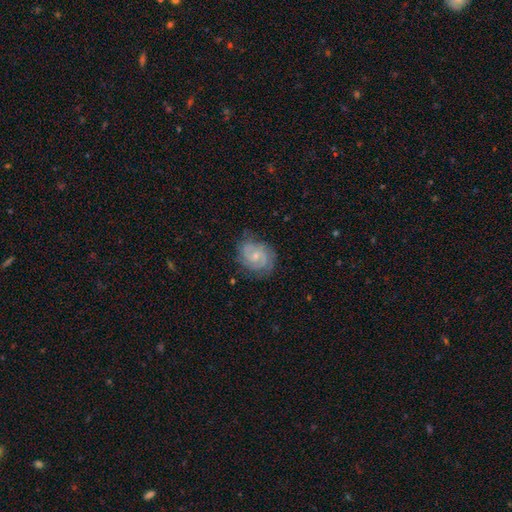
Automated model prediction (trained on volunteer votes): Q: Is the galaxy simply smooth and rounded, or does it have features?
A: featured or disk — 79%.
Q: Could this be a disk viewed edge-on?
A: no — 98%.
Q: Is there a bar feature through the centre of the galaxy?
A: no — 58%.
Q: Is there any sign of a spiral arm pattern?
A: yes — 95%.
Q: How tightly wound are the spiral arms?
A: tight — 52%.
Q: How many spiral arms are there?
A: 2 — 70%.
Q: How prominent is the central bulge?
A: small — 65%.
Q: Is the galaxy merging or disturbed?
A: none — 75%.